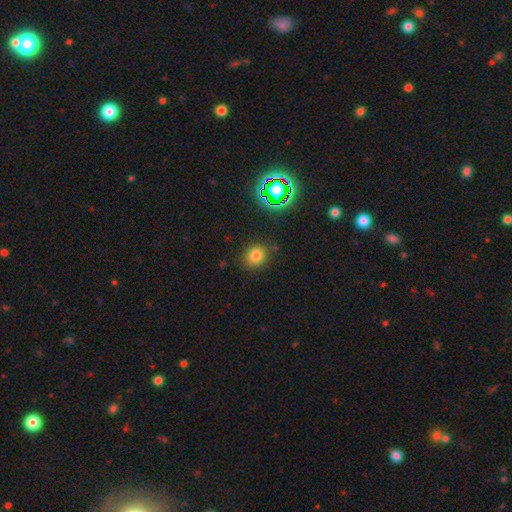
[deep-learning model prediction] Morphology: type=smooth (75%); roundness=round (74%); merging=none (84%).